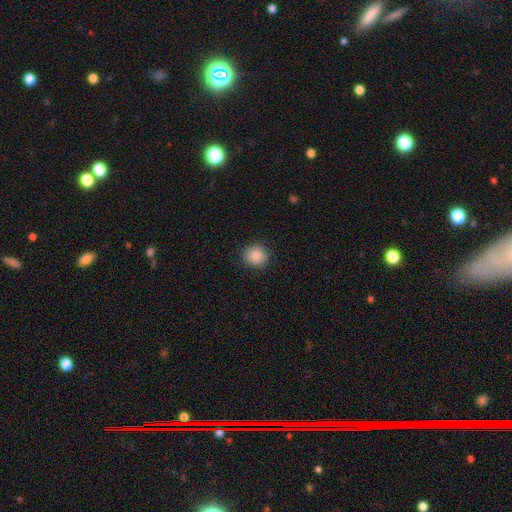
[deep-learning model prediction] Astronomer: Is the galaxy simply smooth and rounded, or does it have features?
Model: smooth — 86%.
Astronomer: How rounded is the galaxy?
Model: round — 87%.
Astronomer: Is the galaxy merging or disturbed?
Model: none — 88%.